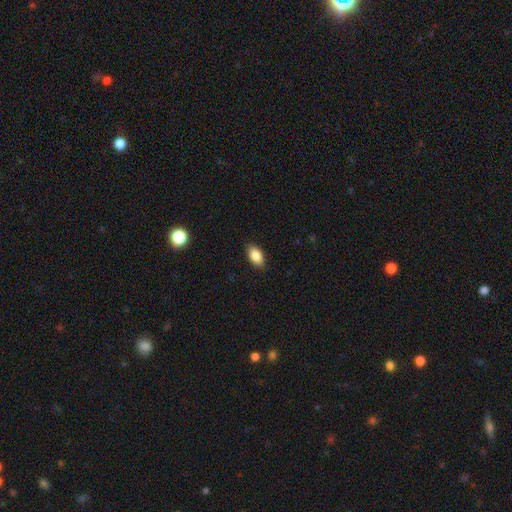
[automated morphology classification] This appears to be a smooth galaxy with no disk features (85%) that is in between round and cigar-shaped (90%). Merging: none (87%).